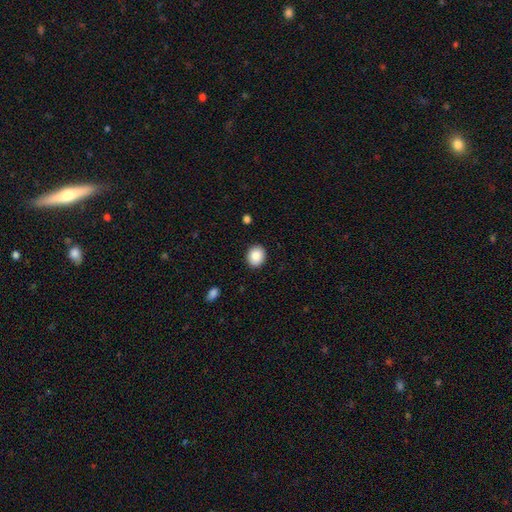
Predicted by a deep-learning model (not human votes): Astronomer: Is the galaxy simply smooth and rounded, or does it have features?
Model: smooth — 86%.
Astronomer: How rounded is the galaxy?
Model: round — 61% (runner-up: in between, 38%).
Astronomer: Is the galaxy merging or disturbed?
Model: none — 90%.